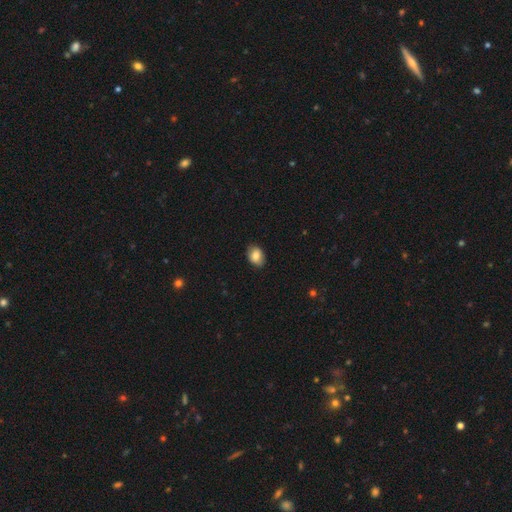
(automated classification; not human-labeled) Smooth or featured? smooth (81%)
How rounded? in between (75%)
Merging? none (83%)